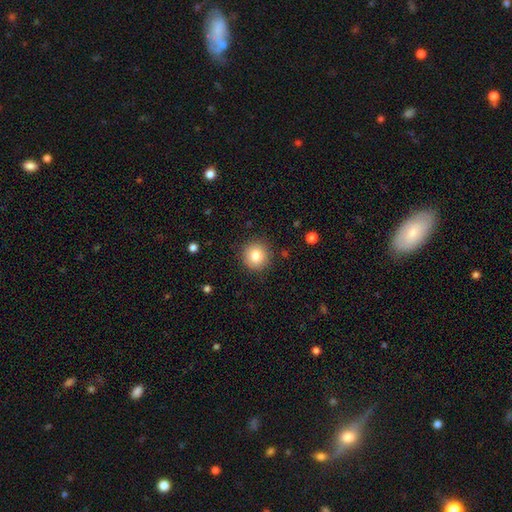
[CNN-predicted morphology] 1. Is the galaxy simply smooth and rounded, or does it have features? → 81% smooth, 10% star or artifact, 9% featured or disk.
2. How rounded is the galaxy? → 94% round, 5% in between, 1% cigar-shaped.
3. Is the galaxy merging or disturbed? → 89% none, 8% minor disturbance, 2% major disturbance, 1% merger.